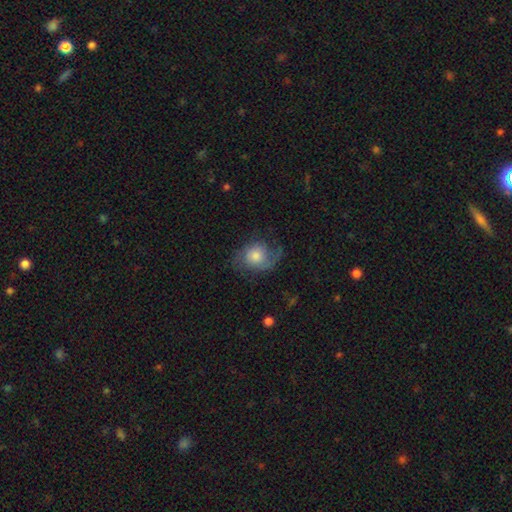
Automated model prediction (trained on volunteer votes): A featured or disk galaxy (52%).

Vote fractions:
- Smooth or featured? featured or disk: 52% / smooth: 40% / star or artifact: 8%
- Edge-on disk? no: 96% / yes: 4%
- Merging? none: 57% / minor disturbance: 23% / major disturbance: 19% / merger: 1%